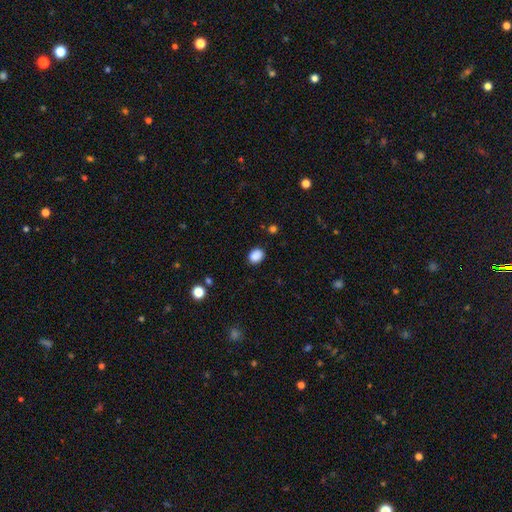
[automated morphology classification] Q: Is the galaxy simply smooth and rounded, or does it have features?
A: smooth — 88%.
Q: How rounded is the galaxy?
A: in between — 57%.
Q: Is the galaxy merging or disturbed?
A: none — 86%.